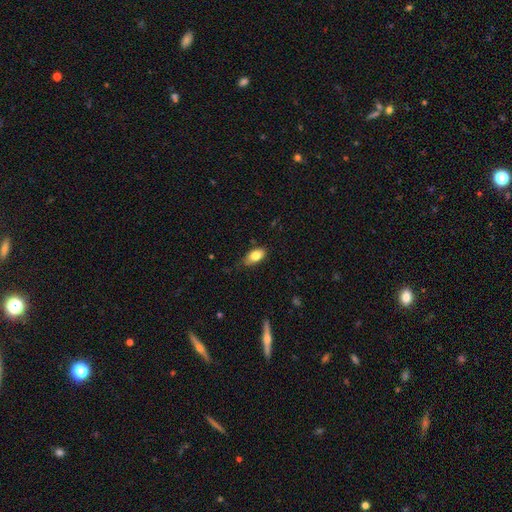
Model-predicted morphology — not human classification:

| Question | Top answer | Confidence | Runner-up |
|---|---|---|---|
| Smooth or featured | smooth | 81% | featured or disk (12%) |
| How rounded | in between | 89% | round (7%) |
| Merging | none | 66% | minor disturbance (27%) |